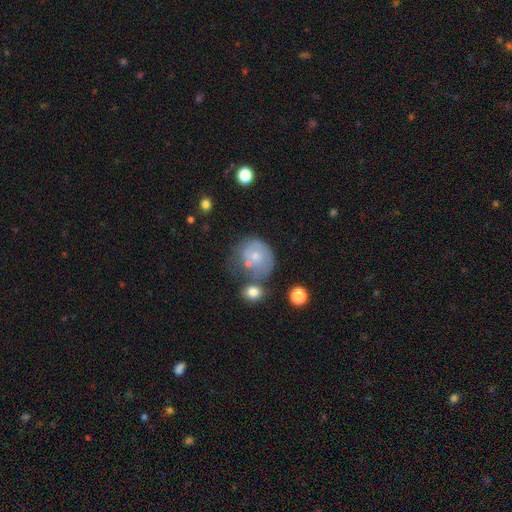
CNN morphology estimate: The model was most divided on "merging": none: 36%, minor disturbance: 26%, merger: 21%, major disturbance: 17%. More confident: how rounded — round (68%); smooth or featured — smooth (62%).